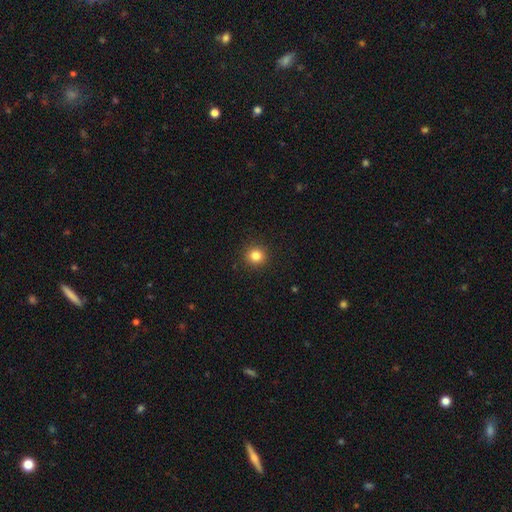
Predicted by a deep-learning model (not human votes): smooth_or_featured: smooth (p=0.83) [alt: star or artifact p=0.12]
how_rounded: round (p=0.94) [alt: in between p=0.05]
merging: none (p=0.92) [alt: minor disturbance p=0.05]